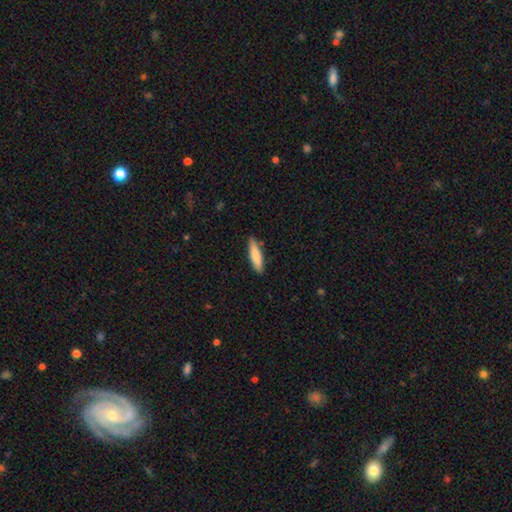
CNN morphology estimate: This is likely a smooth galaxy (80%). How rounded: likely cigar-shaped (74%). Merging: clearly none (86%).